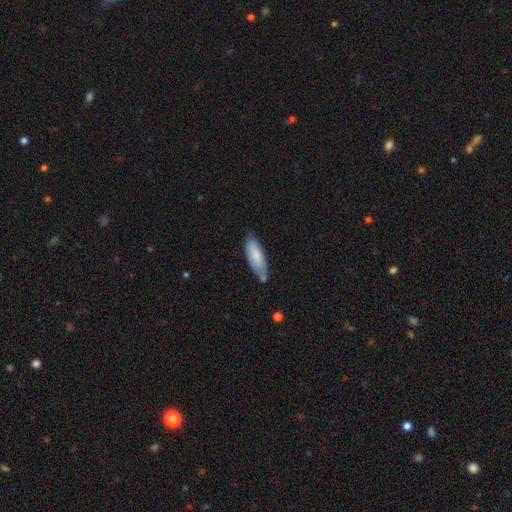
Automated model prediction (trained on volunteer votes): smooth_or_featured: smooth (p=0.80) [alt: featured or disk p=0.15]
how_rounded: in between (p=0.61) [alt: cigar-shaped p=0.38]
merging: none (p=0.61) [alt: minor disturbance p=0.27]